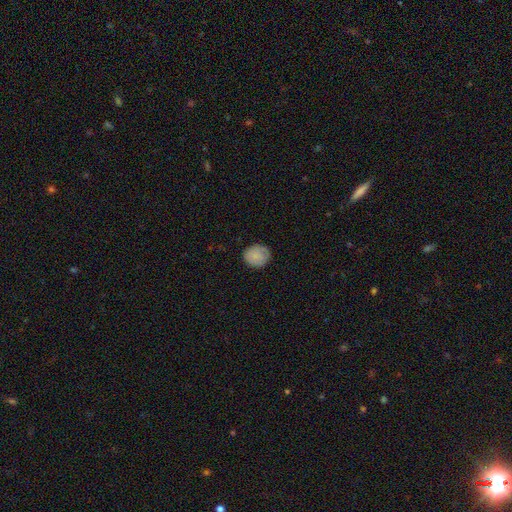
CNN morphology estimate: The model was most divided on "how rounded": round: 77%, in between: 23%, cigar-shaped: 1%. More confident: smooth or featured — smooth (84%); merging — none (81%).